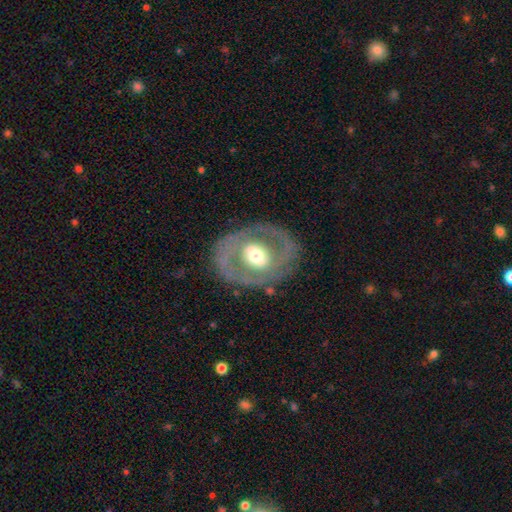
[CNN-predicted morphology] Q: Smooth or featured?
A: featured or disk (67%); runner-up: smooth (27%)
Q: Edge-on disk?
A: no (94%); runner-up: yes (6%)
Q: Bar?
A: no (51%); runner-up: weak (31%)
Q: Spiral arms?
A: no (66%); runner-up: yes (34%)
Q: Bulge size?
A: moderate (60%); runner-up: large (27%)
Q: Merging?
A: none (78%); runner-up: minor disturbance (12%)